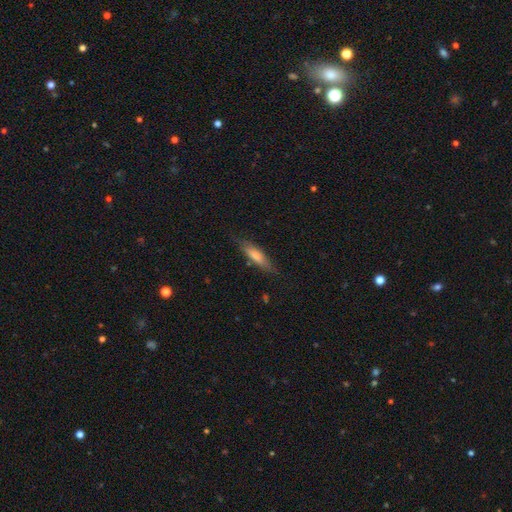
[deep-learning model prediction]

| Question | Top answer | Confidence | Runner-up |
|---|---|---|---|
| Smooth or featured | smooth | 69% | featured or disk (24%) |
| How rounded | cigar-shaped | 67% | in between (31%) |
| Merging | none | 74% | minor disturbance (19%) |